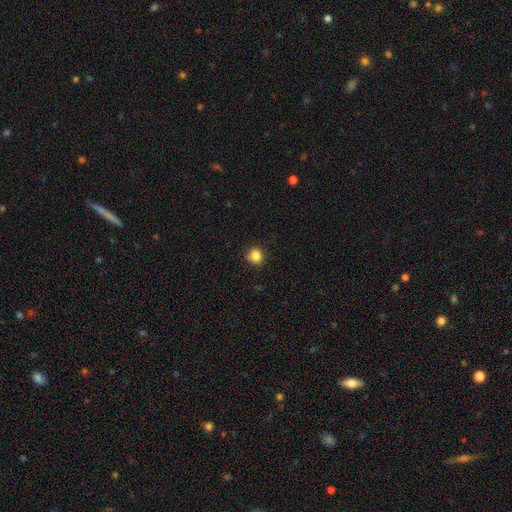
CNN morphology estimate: type=smooth (84%); roundness=round (88%); merging=none (83%).